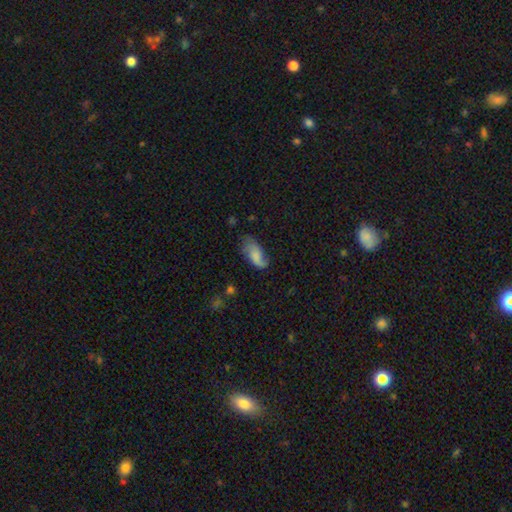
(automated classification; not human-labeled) Overall: smooth (56%; featured or disk 35%). How rounded: in between (89%). Merging: none (53%; minor disturbance 30%).